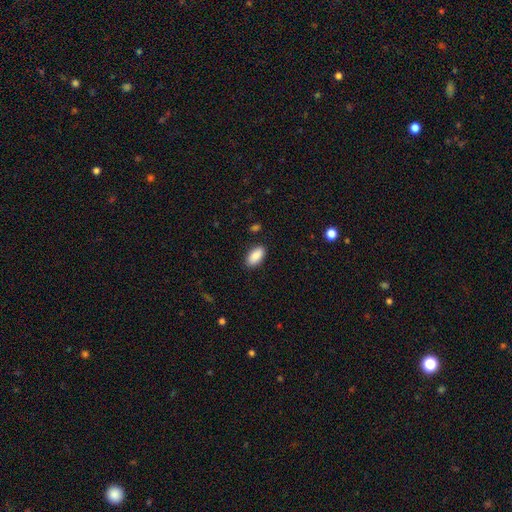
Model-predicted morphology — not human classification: Smooth or featured: smooth — 89% (star or artifact — 7%)
How rounded: in between — 94% (cigar-shaped — 4%)
Merging: none — 88% (minor disturbance — 9%)